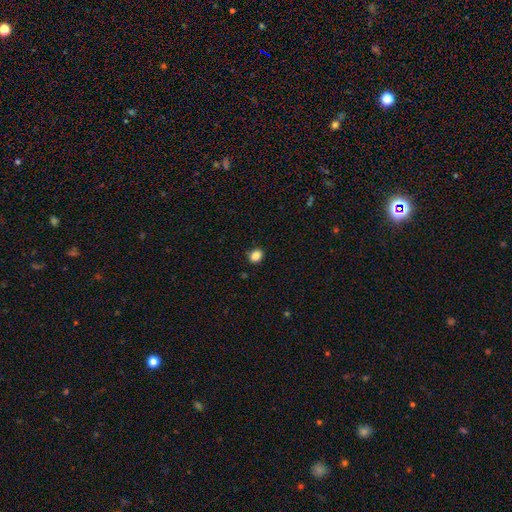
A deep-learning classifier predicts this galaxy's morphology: This appears to be a smooth galaxy with no disk features (86%) that is round (61%). Merging: none (89%).